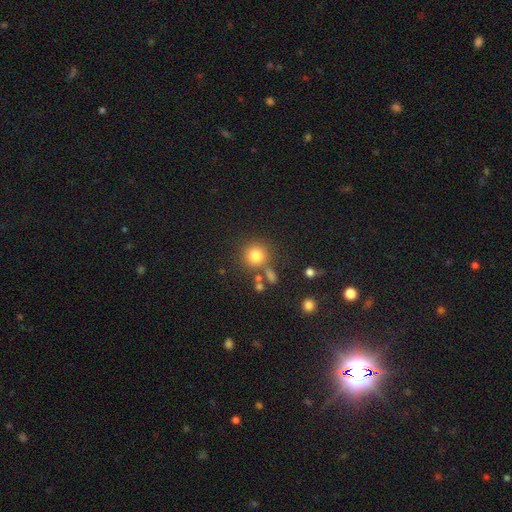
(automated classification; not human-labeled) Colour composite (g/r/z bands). It shows a smooth galaxy with no disk features (80%) that is round (91%). Merging: none (72%).